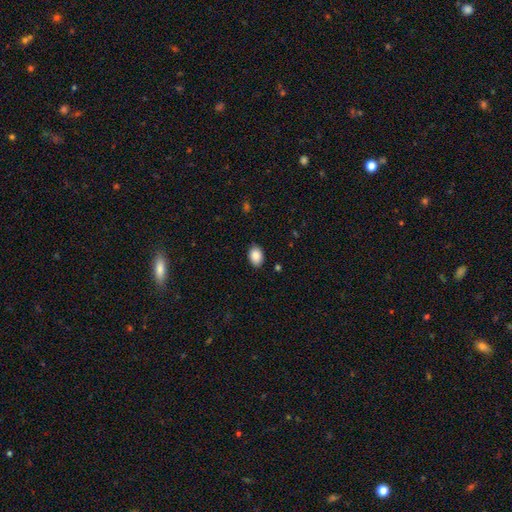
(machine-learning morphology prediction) Smooth or featured? smooth (88%)
How rounded? in between (80%)
Merging? none (86%)